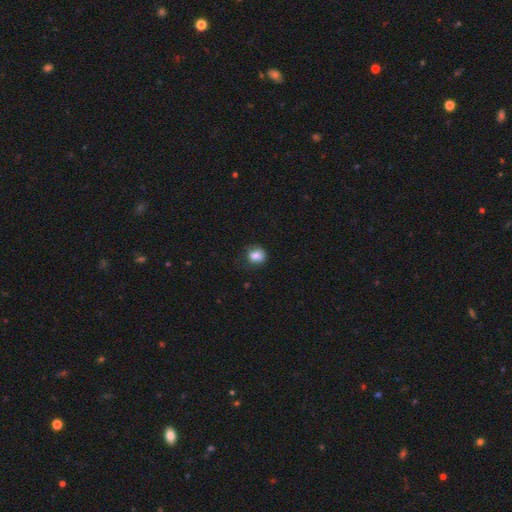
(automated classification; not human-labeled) This appears to be a smooth galaxy with no disk features (81%) that is round (68%). Merging: none (63%).